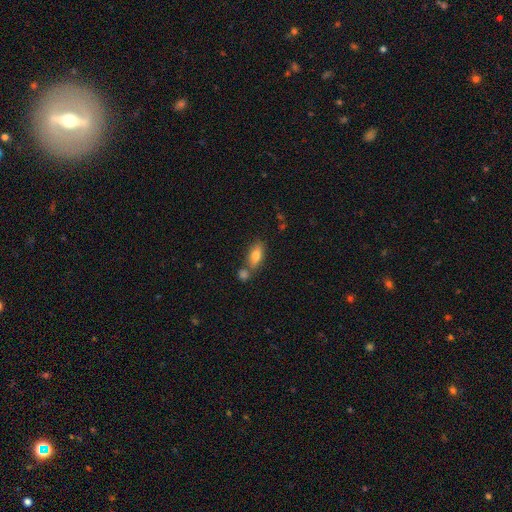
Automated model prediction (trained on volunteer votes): smooth_or_featured: smooth (p=0.77) [alt: featured or disk p=0.15]
how_rounded: in between (p=0.82) [alt: cigar-shaped p=0.14]
merging: none (p=0.58) [alt: merger p=0.27]